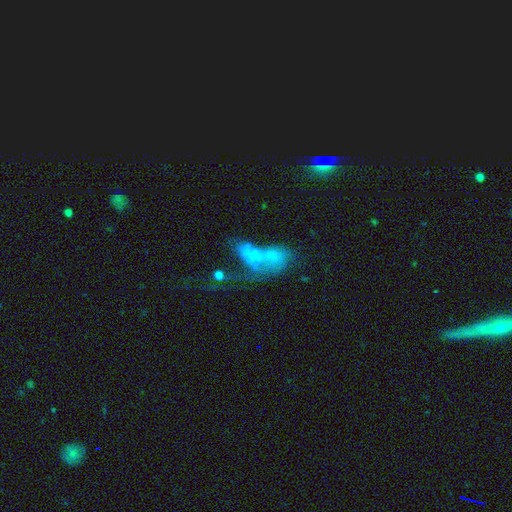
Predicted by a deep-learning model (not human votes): Overall: featured or disk (46%; smooth 39%). Merging: merger (55%; major disturbance 26%).